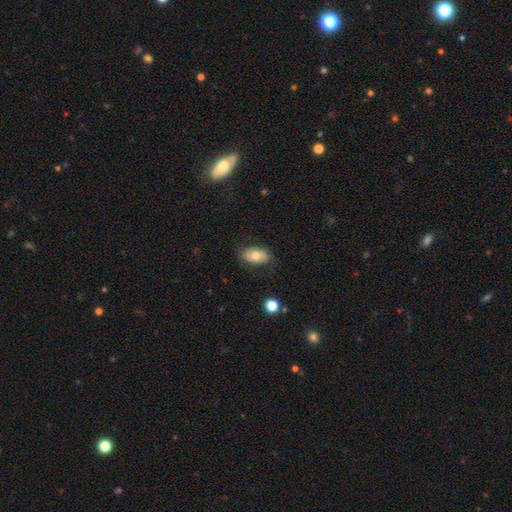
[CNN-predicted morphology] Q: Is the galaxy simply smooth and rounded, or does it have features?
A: smooth — 68%.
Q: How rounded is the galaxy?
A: in between — 91%.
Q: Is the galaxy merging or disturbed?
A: none — 76%.